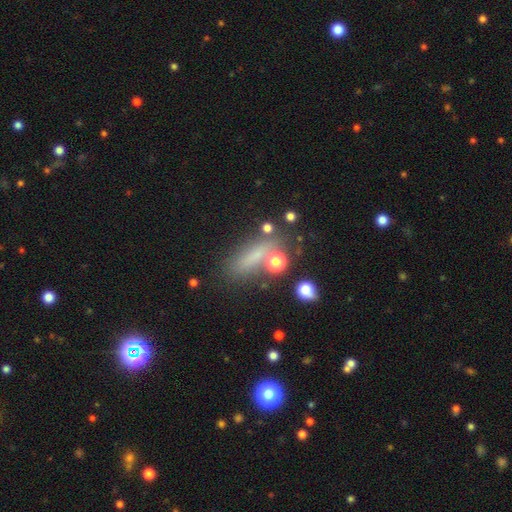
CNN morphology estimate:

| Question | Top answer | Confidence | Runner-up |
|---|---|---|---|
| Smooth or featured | smooth | 59% | star or artifact (22%) |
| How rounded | cigar-shaped | 49% | in between (40%) |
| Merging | none | 57% | minor disturbance (19%) |